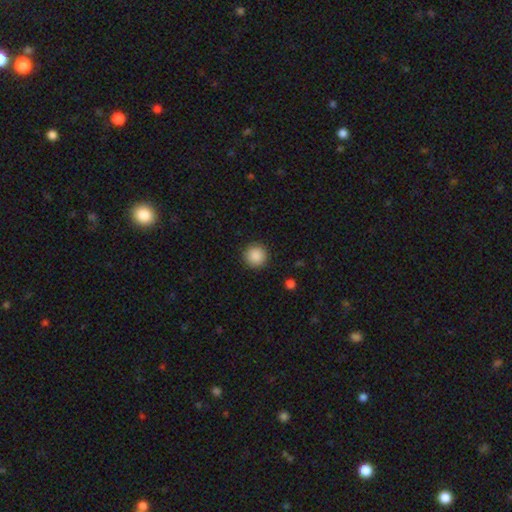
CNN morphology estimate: Smooth or featured?
  - smooth: 88% *
  - star or artifact: 9%
  - featured or disk: 3%
How rounded?
  - round: 95% *
  - in between: 4%
  - cigar-shaped: 1%
Merging?
  - none: 91% *
  - minor disturbance: 6%
  - major disturbance: 2%
  - merger: 1%